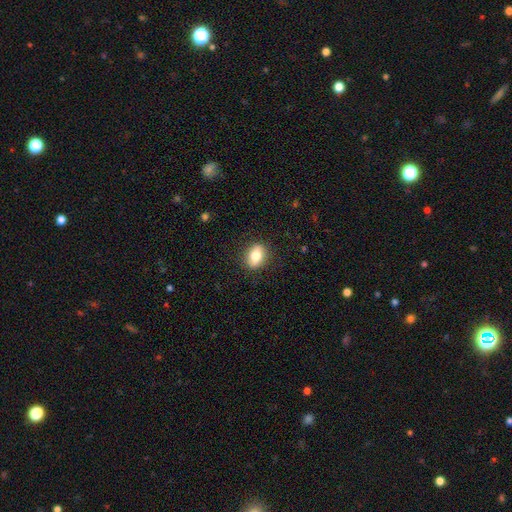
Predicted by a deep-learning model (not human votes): Smooth or featured? smooth (76%)
How rounded? in between (71%)
Merging? none (86%)